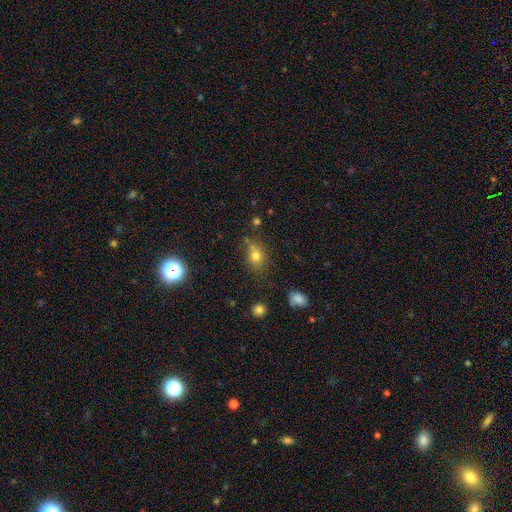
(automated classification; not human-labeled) Smooth or featured?
  - smooth: 75% *
  - star or artifact: 15%
  - featured or disk: 10%
How rounded?
  - in between: 50% *
  - round: 48%
  - cigar-shaped: 2%
Merging?
  - none: 64% *
  - minor disturbance: 20%
  - merger: 9%
  - major disturbance: 7%